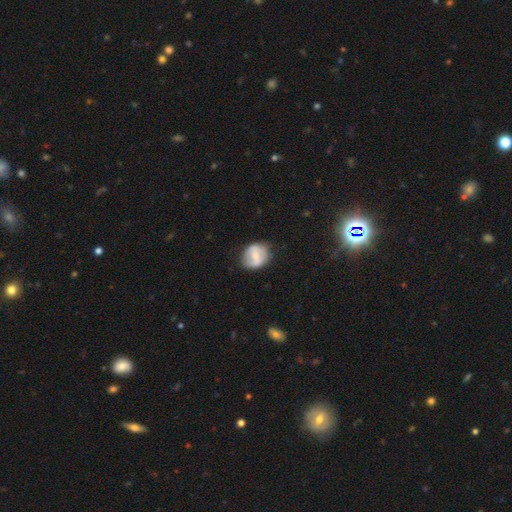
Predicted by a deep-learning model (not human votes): Morphology: type=smooth (48%); merging=none (73%).